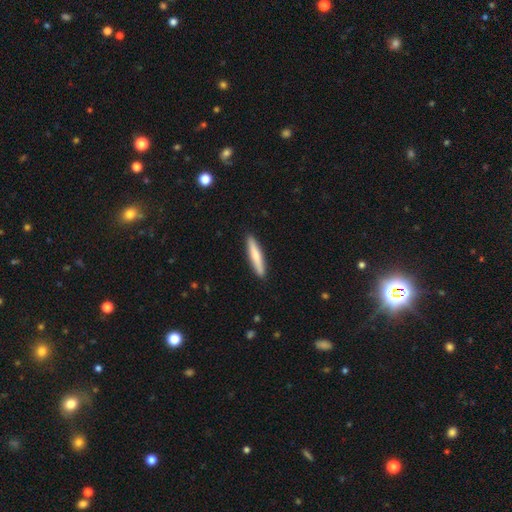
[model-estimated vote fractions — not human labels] Morphology: type=smooth (71%); roundness=cigar-shaped (92%); merging=none (91%).